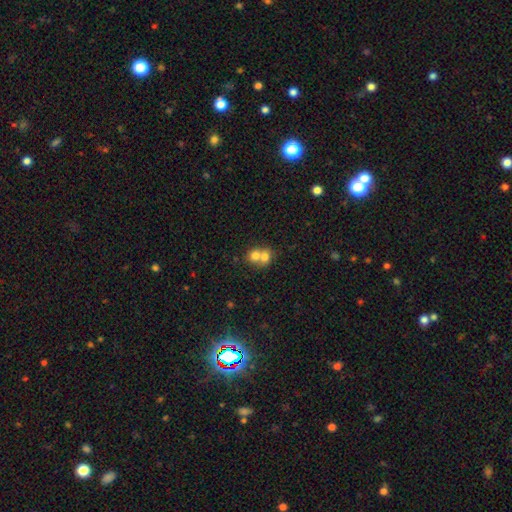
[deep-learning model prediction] Overall: smooth (73%). How rounded: round (71%). Merging: merger (71%).